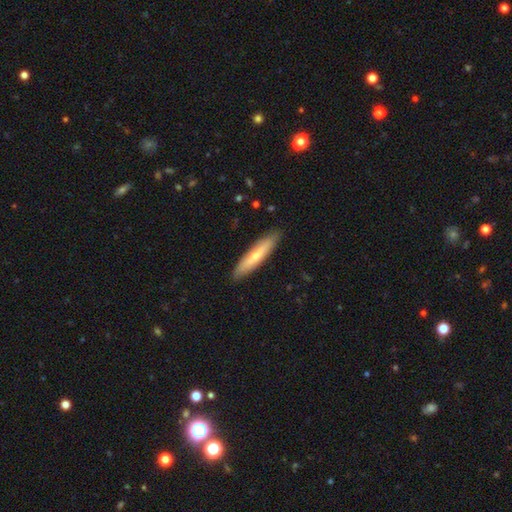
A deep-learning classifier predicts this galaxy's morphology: This is possibly a smooth galaxy (58%). How rounded: clearly cigar-shaped (86%). Merging: clearly none (88%).